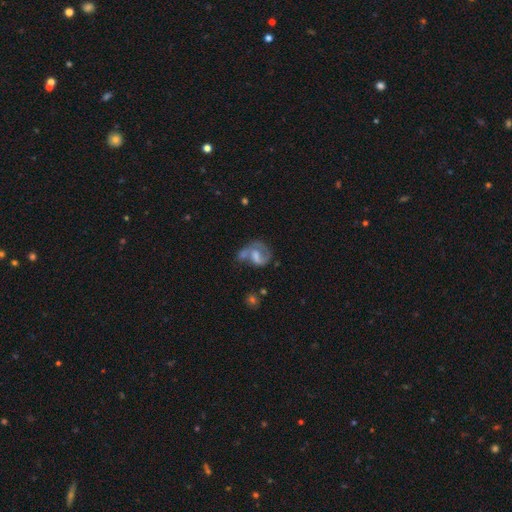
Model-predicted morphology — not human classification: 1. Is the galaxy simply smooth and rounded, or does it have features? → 63% featured or disk, 29% smooth, 9% star or artifact.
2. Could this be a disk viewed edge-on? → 97% no, 3% yes.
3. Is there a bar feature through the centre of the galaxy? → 42% no (tied), 42% weak (tied), 16% strong.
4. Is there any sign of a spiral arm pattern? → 74% yes, 26% no.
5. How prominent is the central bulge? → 31% moderate, 30% none, 22% small, 15% large, 2% dominant.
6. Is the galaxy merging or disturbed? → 29% none, 27% major disturbance, 26% merger, 18% minor disturbance.